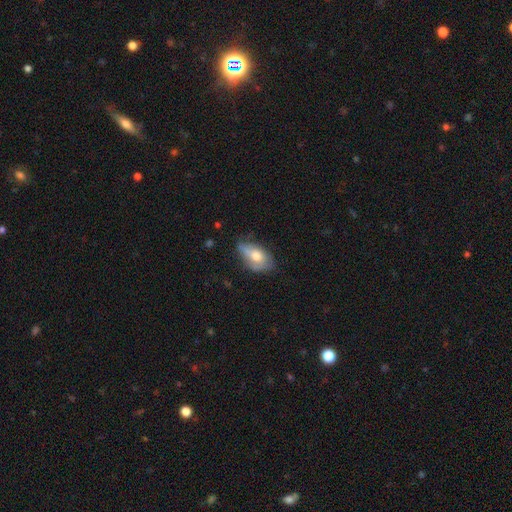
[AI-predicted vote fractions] The model was most divided on "merging": none: 44%, minor disturbance: 38%, major disturbance: 14%, merger: 3%. More confident: how rounded — in between (90%); smooth or featured — smooth (62%).